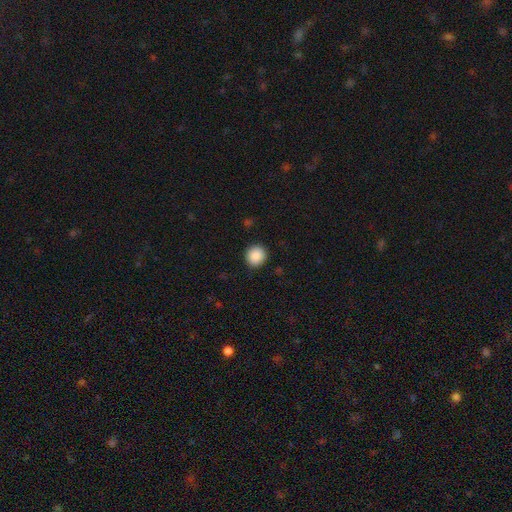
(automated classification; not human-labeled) smooth 89%, star or artifact 8%, featured or disk 3%. Down the decision tree: how rounded — round (92%); merging — none (91%).